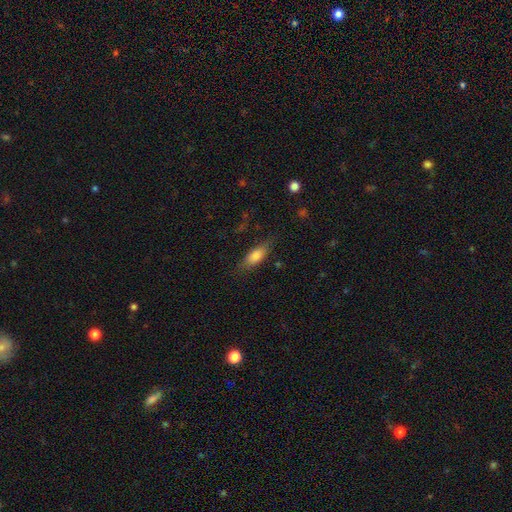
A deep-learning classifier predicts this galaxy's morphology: This is likely a smooth galaxy (74%). How rounded: likely in between (66%). Merging: likely none (73%).